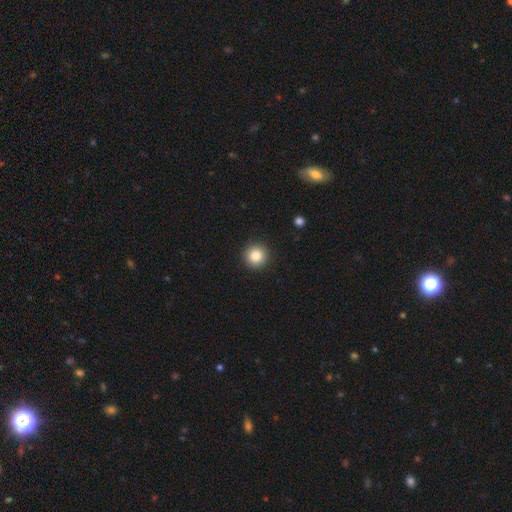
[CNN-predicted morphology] smooth_or_featured: smooth (p=0.83) [alt: star or artifact p=0.10]
how_rounded: round (p=0.95) [alt: in between p=0.04]
merging: none (p=0.93) [alt: minor disturbance p=0.05]